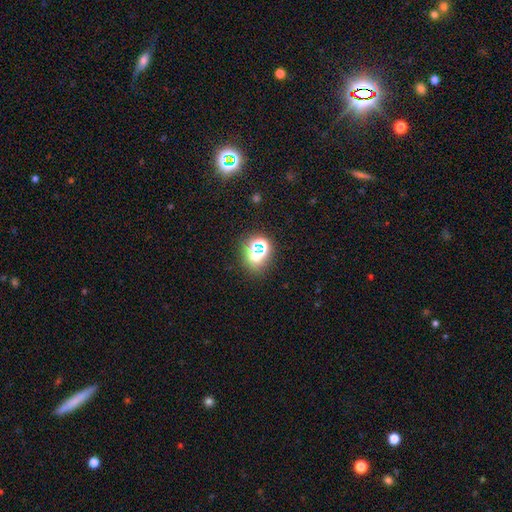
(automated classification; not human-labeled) Overall: star or artifact (48%; smooth 41%).